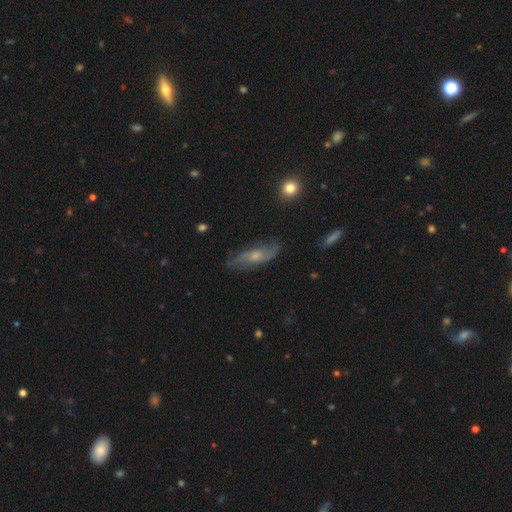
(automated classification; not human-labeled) Smooth or featured? featured or disk (64%)
Edge-on disk? no (79%)
Bar? no (65%)
Spiral arms? yes (86%)
Bulge size? moderate (48%)
Merging? none (70%)